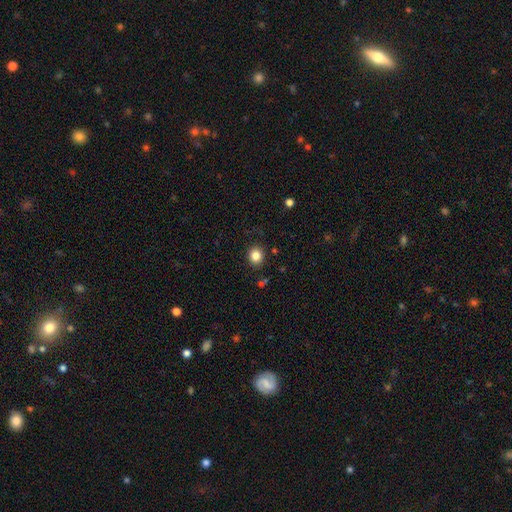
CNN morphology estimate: Smooth or featured: smooth — 84% (star or artifact — 11%)
How rounded: round — 75% (in between — 24%)
Merging: none — 88% (minor disturbance — 8%)